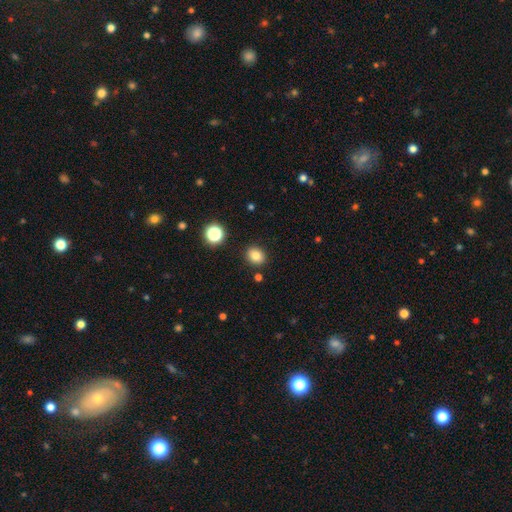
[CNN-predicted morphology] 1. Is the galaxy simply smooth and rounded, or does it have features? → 81% smooth, 12% star or artifact, 7% featured or disk.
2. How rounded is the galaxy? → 65% round, 34% in between, 1% cigar-shaped.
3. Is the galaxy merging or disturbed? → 88% none, 8% minor disturbance, 2% merger, 2% major disturbance.